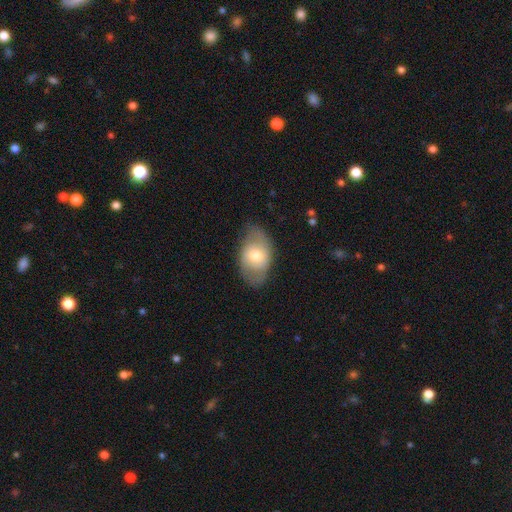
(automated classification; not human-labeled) smooth_or_featured: smooth (p=0.58) [alt: featured or disk p=0.36]
how_rounded: in between (p=0.87) [alt: round p=0.12]
merging: none (p=0.71) [alt: minor disturbance p=0.22]